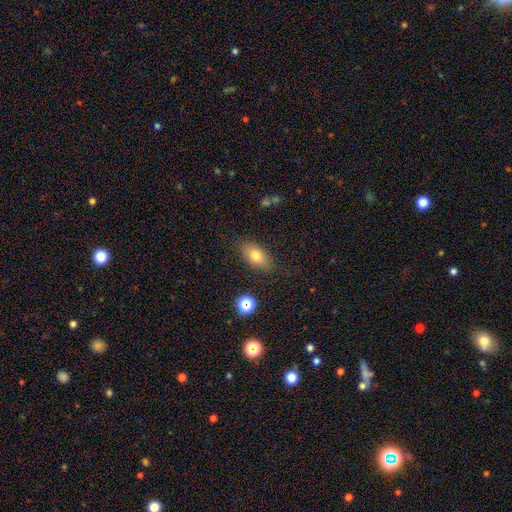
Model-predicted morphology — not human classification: This is likely a smooth galaxy (77%). How rounded: clearly in between (86%). Merging: clearly none (82%).